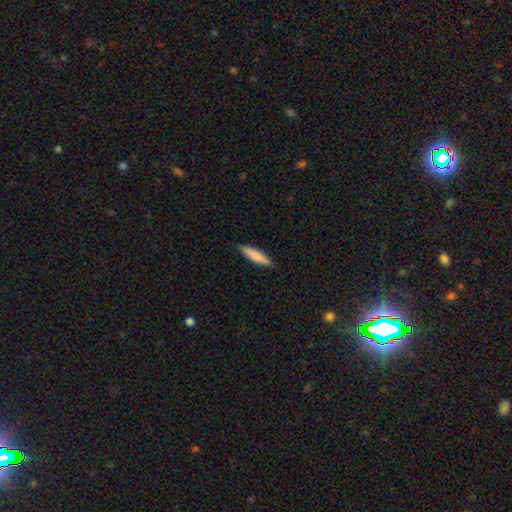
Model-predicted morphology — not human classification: Smooth or featured? smooth (82%)
How rounded? cigar-shaped (83%)
Merging? none (89%)